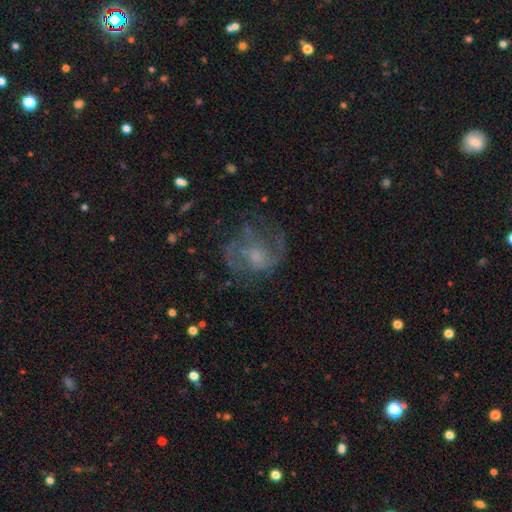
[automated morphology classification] type=featured or disk (67%); edge-on=no (98%); bar=no (69%); spiral arms=yes (73%); bulge=small (38%); merging=none (55%).